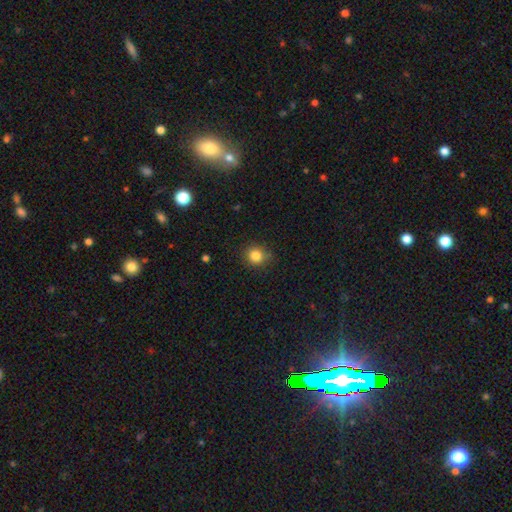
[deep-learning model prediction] Smooth or featured: smooth — 84% (star or artifact — 11%)
How rounded: round — 84% (in between — 15%)
Merging: none — 83% (minor disturbance — 13%)